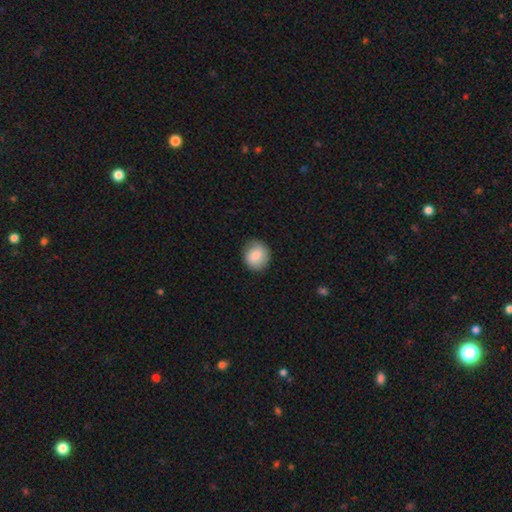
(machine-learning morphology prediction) smooth 82%, featured or disk 11%, star or artifact 7%. Down the decision tree: how rounded — round (83%); merging — none (81%).